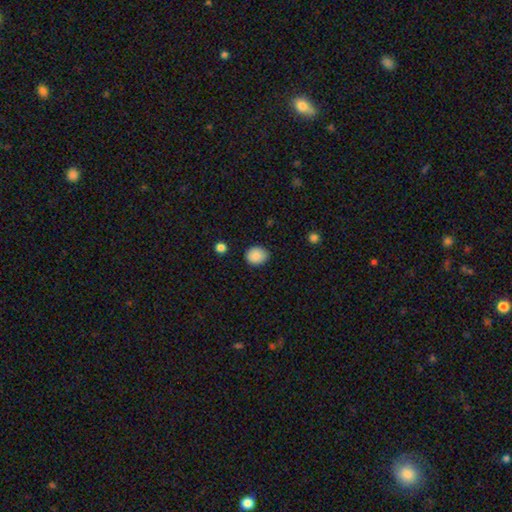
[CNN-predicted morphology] This appears to be a smooth galaxy with no disk features (88%) that is round (63%). Merging: none (83%).